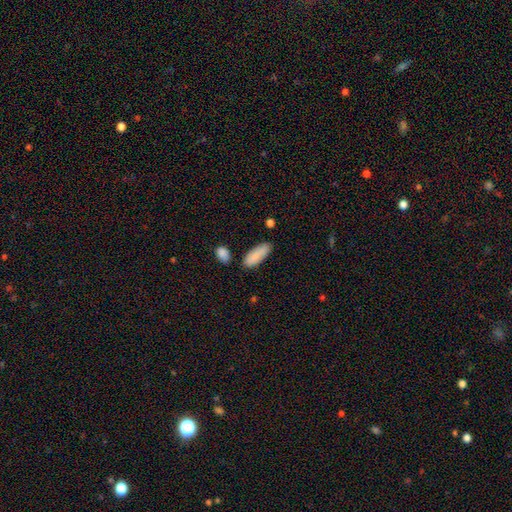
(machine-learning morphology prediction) Q: Smooth or featured?
A: smooth (87%); runner-up: featured or disk (7%)
Q: How rounded?
A: in between (72%); runner-up: cigar-shaped (26%)
Q: Merging?
A: none (75%); runner-up: minor disturbance (16%)